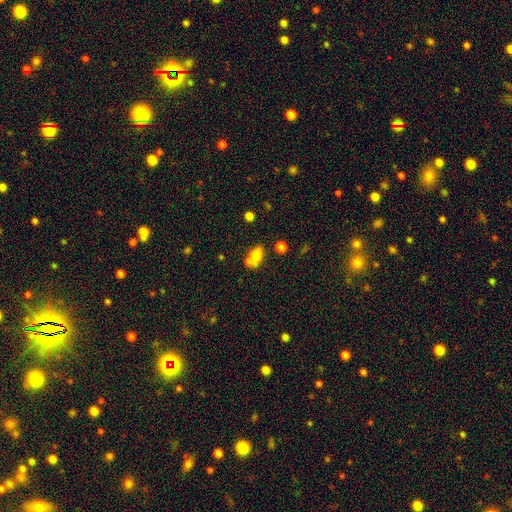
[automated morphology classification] This appears to be a smooth galaxy with no disk features (73%) that is in between round and cigar-shaped (74%). Merging: merger (42%).